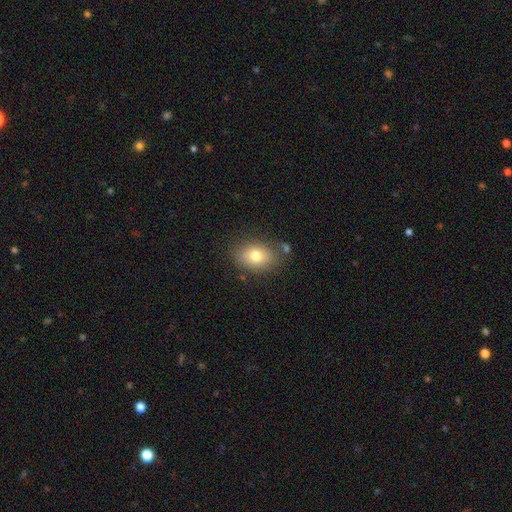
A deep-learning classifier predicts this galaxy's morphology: smooth 77%, featured or disk 14%, star or artifact 10%. Down the decision tree: how rounded — in between (71%); merging — none (75%).